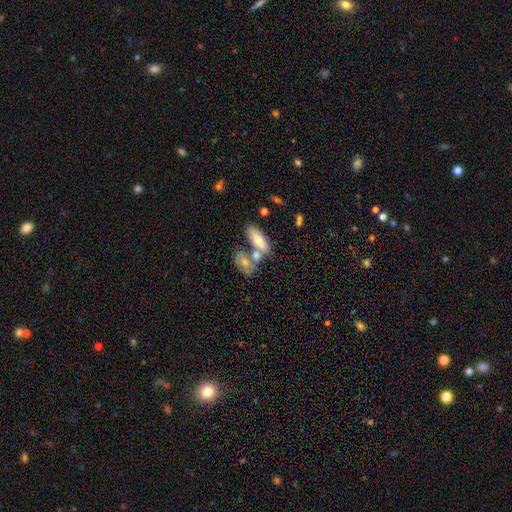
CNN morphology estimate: This is likely a smooth galaxy (70%). How rounded: clearly in between (80%). Merging: possibly merger (54%).